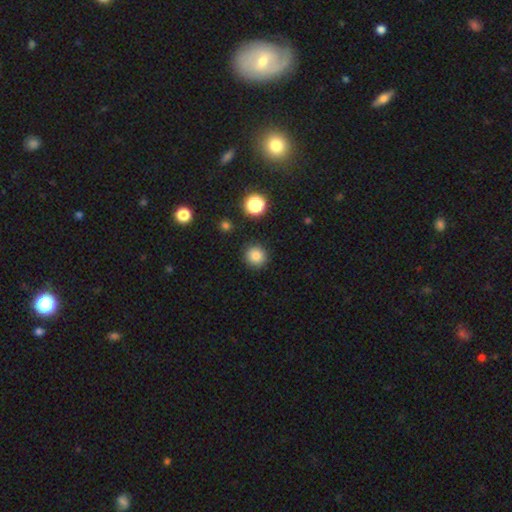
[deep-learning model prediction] A smooth galaxy with no disk features (84%) that is round (90%).

Vote fractions:
- Smooth or featured? smooth: 84% / star or artifact: 11% / featured or disk: 4%
- How rounded? round: 90% / in between: 9% / cigar-shaped: 1%
- Merging? none: 90% / minor disturbance: 6% / major disturbance: 2% / merger: 2%